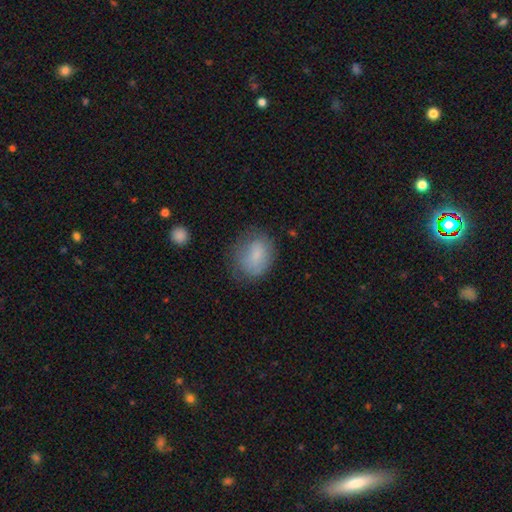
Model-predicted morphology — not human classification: smooth 75%, featured or disk 16%, star or artifact 8%. Down the decision tree: how rounded — in between (56%); merging — none (63%).